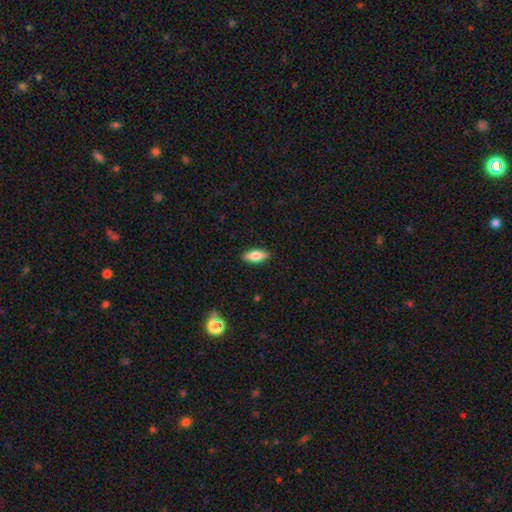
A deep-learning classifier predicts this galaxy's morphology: Overall: smooth (75%). How rounded: in between (77%). Merging: none (88%).